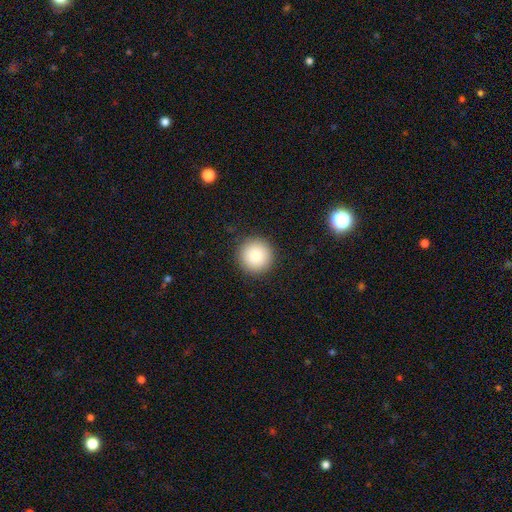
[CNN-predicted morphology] smooth_or_featured: smooth (p=0.85) [alt: star or artifact p=0.09]
how_rounded: round (p=0.95) [alt: in between p=0.04]
merging: none (p=0.91) [alt: minor disturbance p=0.06]